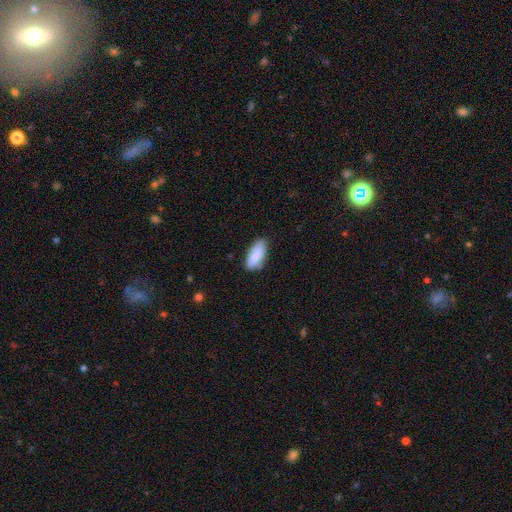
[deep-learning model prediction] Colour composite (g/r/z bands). It shows a smooth galaxy with no disk features (86%) that is in between round and cigar-shaped (84%). Merging: none (73%).